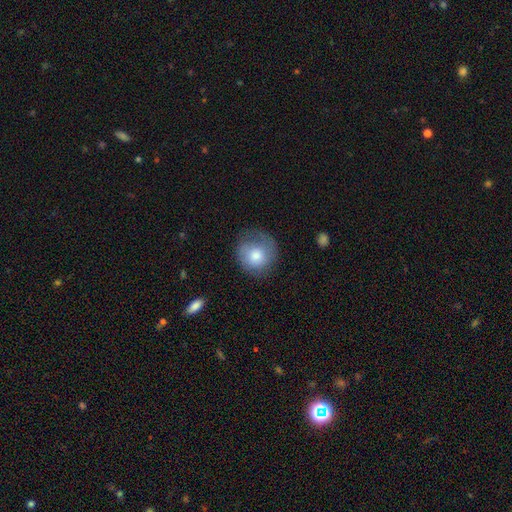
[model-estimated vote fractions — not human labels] This appears to be a smooth galaxy with no disk features (73%) that is round (84%). Merging: none (61%).